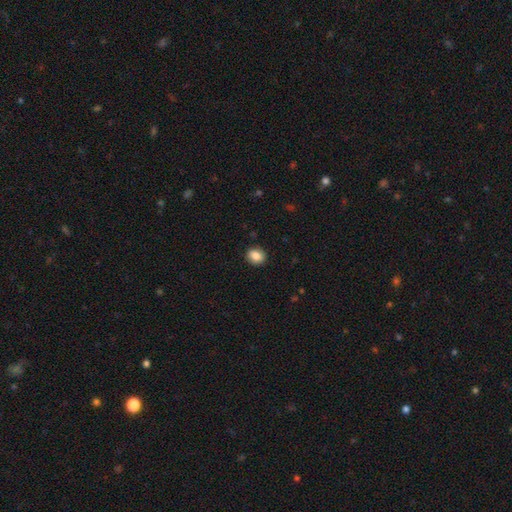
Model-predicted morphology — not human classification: smooth-or-featured: smooth: 85% | star or artifact: 9% | featured or disk: 6%
  how-rounded: round: 66% | in between: 33% | cigar-shaped: 1%
  merging: none: 89% | minor disturbance: 8% | major disturbance: 2% | merger: 1%